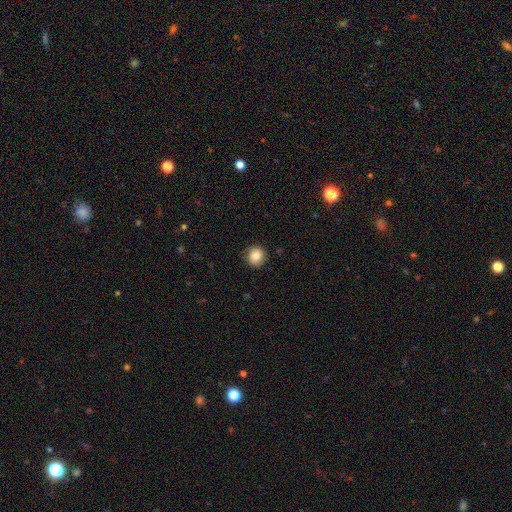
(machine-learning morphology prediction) Overall: smooth (83%). How rounded: round (87%). Merging: none (84%).